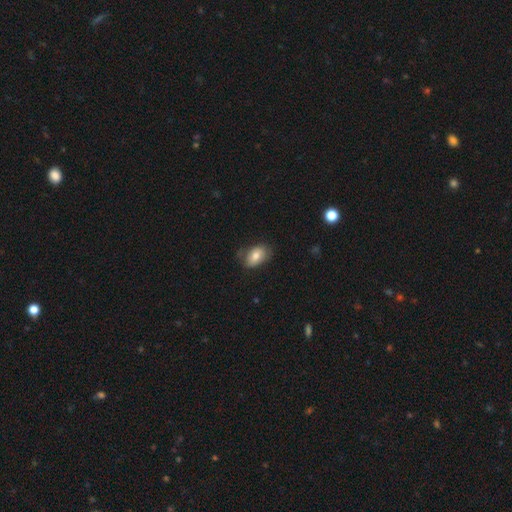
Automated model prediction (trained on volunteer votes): Smooth or featured: smooth — 74% (featured or disk — 18%)
How rounded: in between — 86% (round — 12%)
Merging: none — 67% (minor disturbance — 24%)